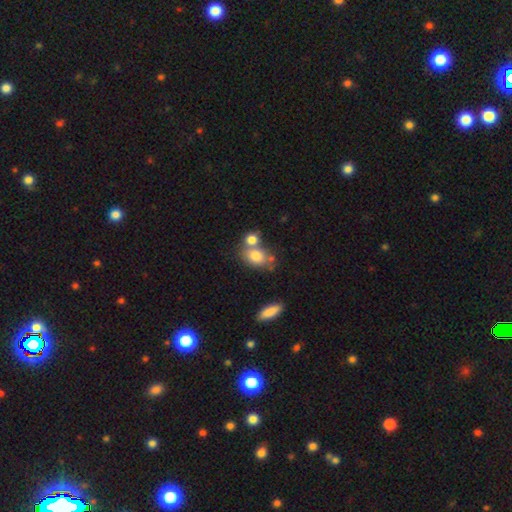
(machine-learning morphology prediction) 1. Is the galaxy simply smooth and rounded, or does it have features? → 79% smooth, 13% featured or disk, 9% star or artifact.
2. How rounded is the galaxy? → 65% in between, 33% round, 2% cigar-shaped.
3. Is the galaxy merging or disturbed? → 44% merger, 40% none, 11% minor disturbance, 5% major disturbance.